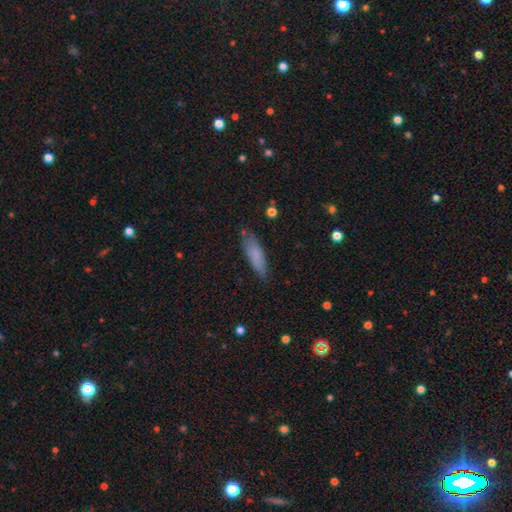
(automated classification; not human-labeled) Smooth or featured?
  - smooth: 79% *
  - featured or disk: 14%
  - star or artifact: 7%
How rounded?
  - cigar-shaped: 52% *
  - in between: 47%
  - round: 2%
Merging?
  - none: 76% *
  - minor disturbance: 18%
  - major disturbance: 4%
  - merger: 2%